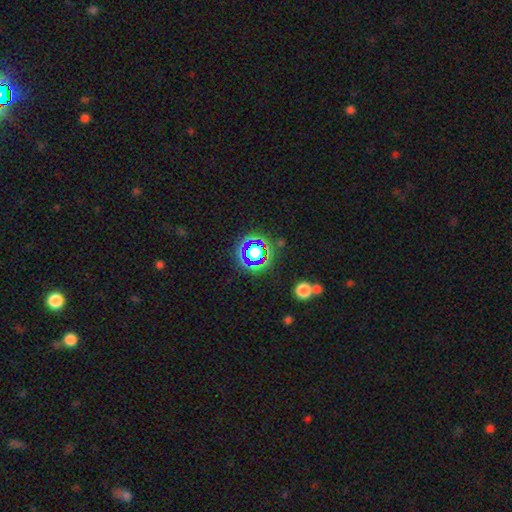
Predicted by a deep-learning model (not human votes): Morphology: type=star or artifact (54%).